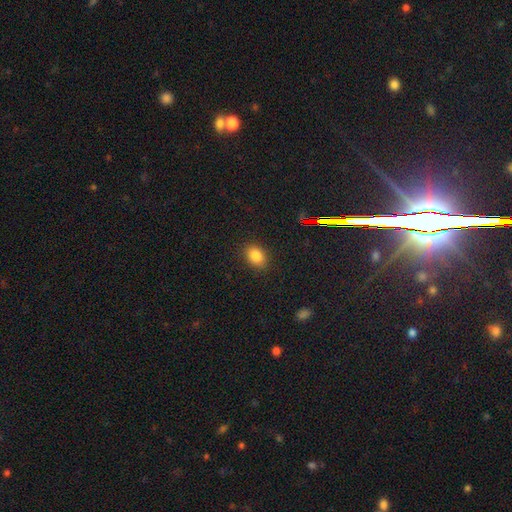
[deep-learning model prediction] Smooth or featured: smooth — 83% (star or artifact — 11%)
How rounded: in between — 74% (round — 25%)
Merging: none — 87% (minor disturbance — 10%)